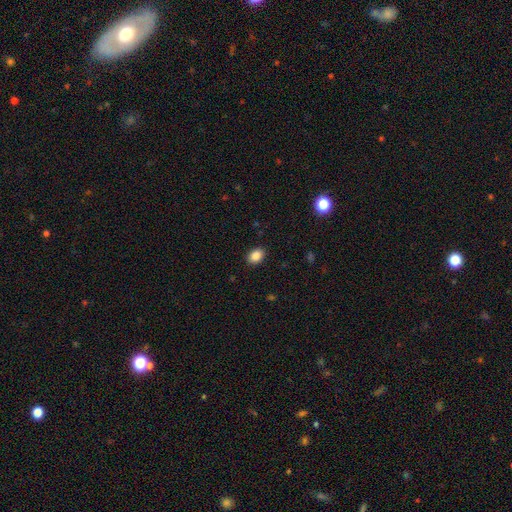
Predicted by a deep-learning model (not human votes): Overall: smooth (87%). How rounded: in between (72%). Merging: none (90%).